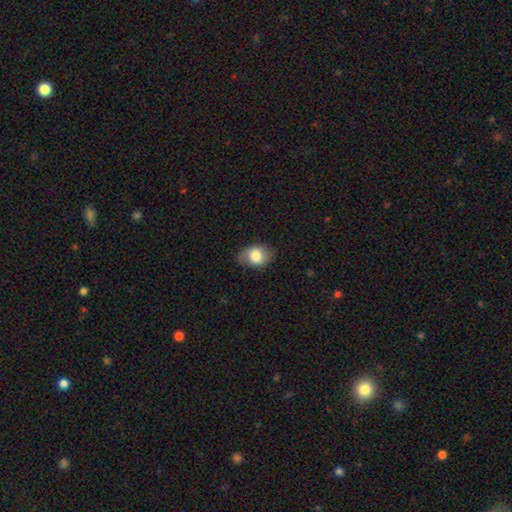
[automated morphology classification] smooth_or_featured: smooth (p=0.78) [alt: featured or disk p=0.14]
how_rounded: in between (p=0.70) [alt: round p=0.29]
merging: none (p=0.79) [alt: minor disturbance p=0.16]